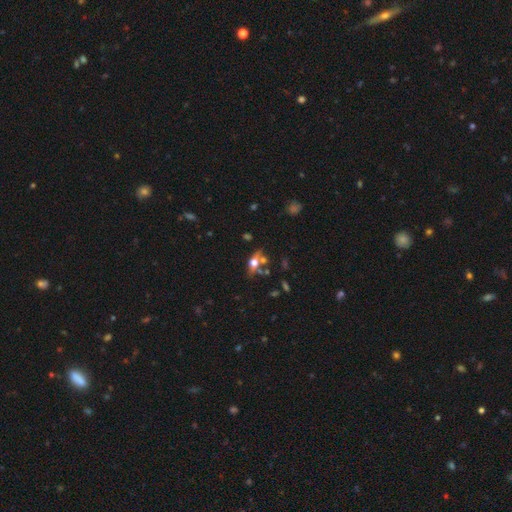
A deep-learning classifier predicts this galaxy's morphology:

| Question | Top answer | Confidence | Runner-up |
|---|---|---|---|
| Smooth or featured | featured or disk | 45% | smooth (42%) |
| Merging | none | 58% | merger (21%) |